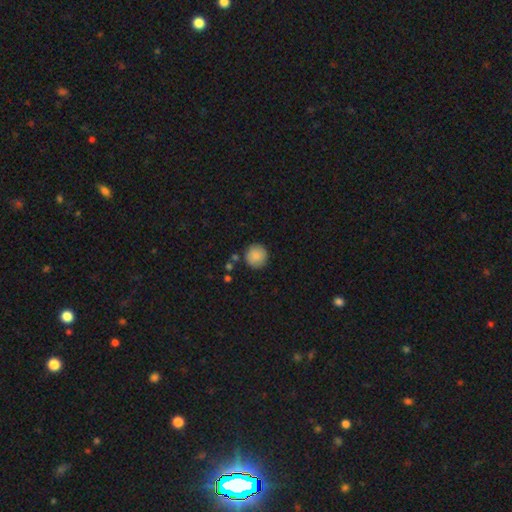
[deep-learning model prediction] Morphology: type=smooth (87%); roundness=round (94%); merging=none (86%).